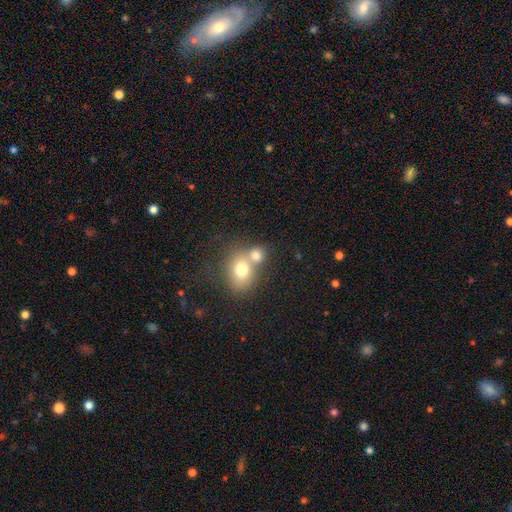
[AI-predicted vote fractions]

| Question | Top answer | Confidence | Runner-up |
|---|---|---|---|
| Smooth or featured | smooth | 74% | featured or disk (14%) |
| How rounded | round | 63% | in between (36%) |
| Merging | merger | 54% | none (36%) |